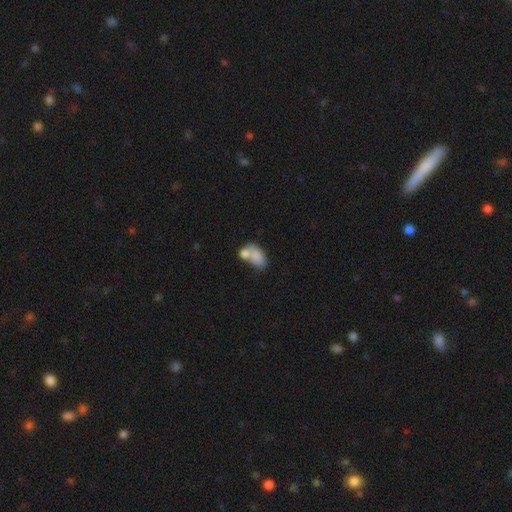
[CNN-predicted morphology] A smooth galaxy with no disk features (76%) that is in between round and cigar-shaped (87%). Merging: merger (49%).